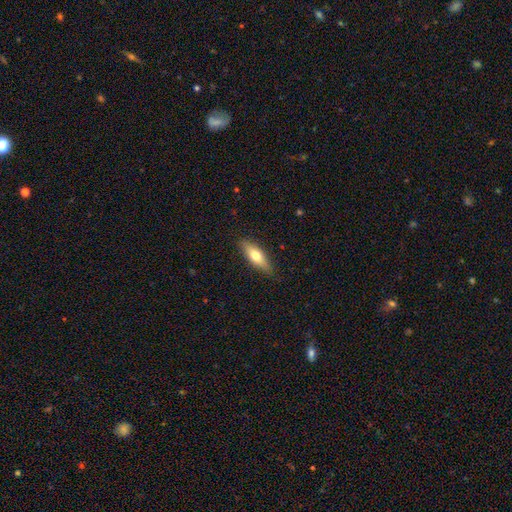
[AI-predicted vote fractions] Smooth or featured: smooth — 64% (featured or disk — 30%)
How rounded: in between — 56% (cigar-shaped — 41%)
Merging: none — 87% (minor disturbance — 10%)